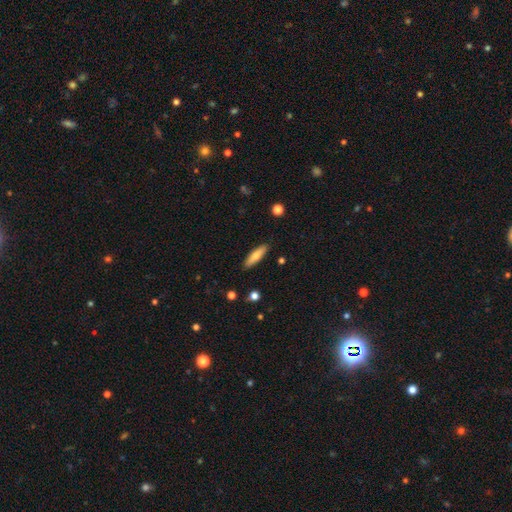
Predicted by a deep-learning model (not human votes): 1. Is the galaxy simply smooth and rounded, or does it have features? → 71% smooth, 23% featured or disk, 6% star or artifact.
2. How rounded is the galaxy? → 68% cigar-shaped, 31% in between, 2% round.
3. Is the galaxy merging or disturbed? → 89% none, 8% minor disturbance, 2% major disturbance, 1% merger.